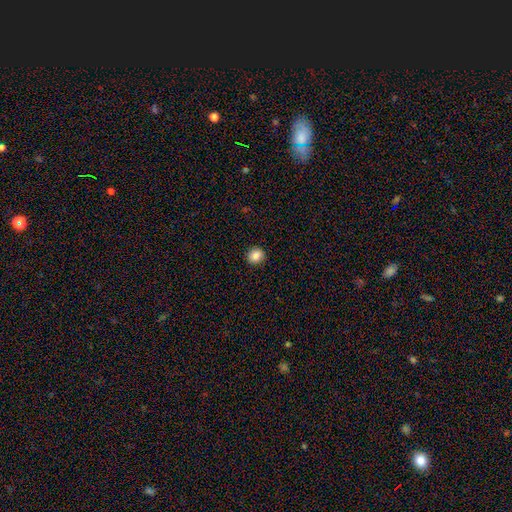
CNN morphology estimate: Smooth or featured? smooth (85%)
How rounded? round (91%)
Merging? none (93%)